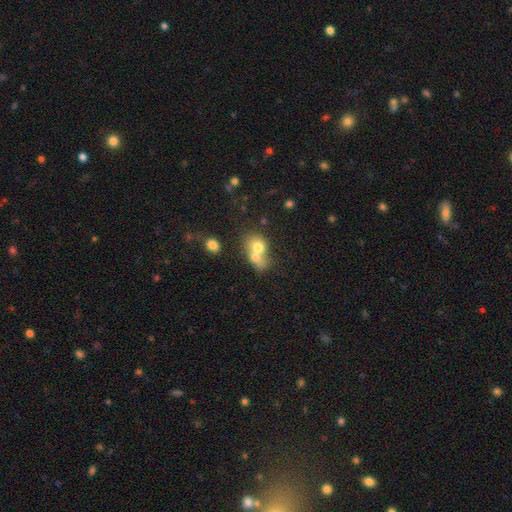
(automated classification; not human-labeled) A smooth galaxy with no disk features (65%) that is round (57%). Merging: merger (65%).